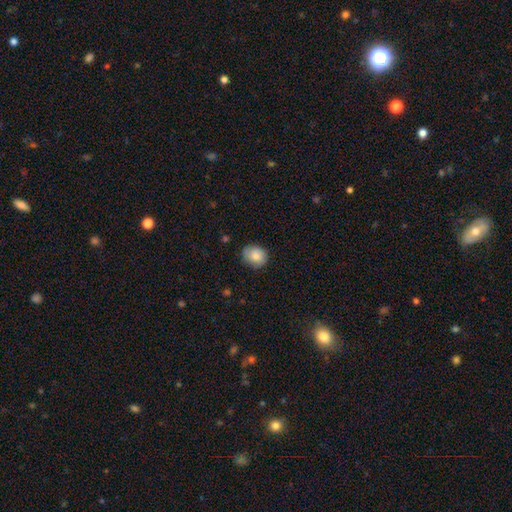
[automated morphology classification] A smooth galaxy with no disk features (79%) that is round (69%). Merging: none (74%).